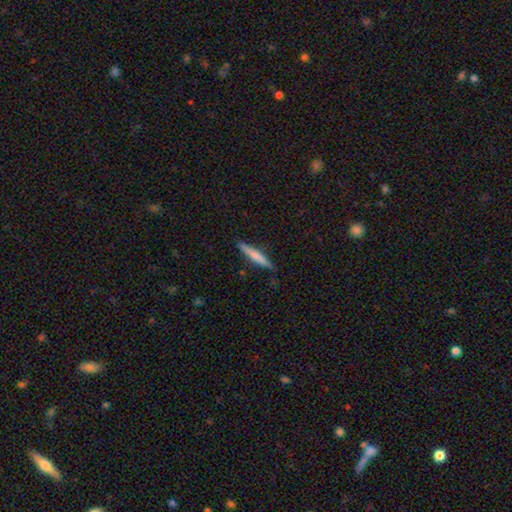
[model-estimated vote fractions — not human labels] Smooth or featured? smooth (69%)
How rounded? cigar-shaped (93%)
Merging? none (84%)